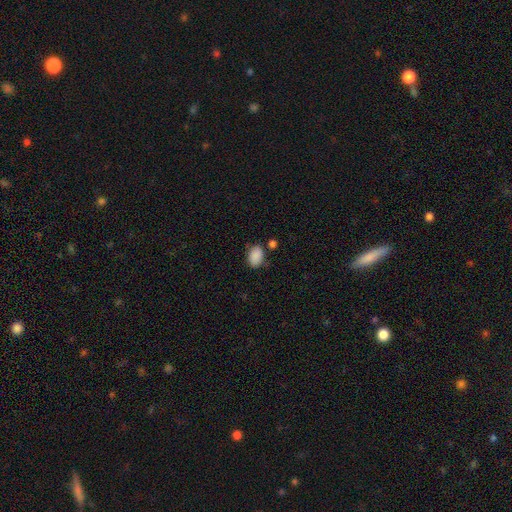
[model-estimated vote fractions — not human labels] smooth 88%, star or artifact 8%, featured or disk 4%. Down the decision tree: how rounded — in between (86%); merging — none (72%).